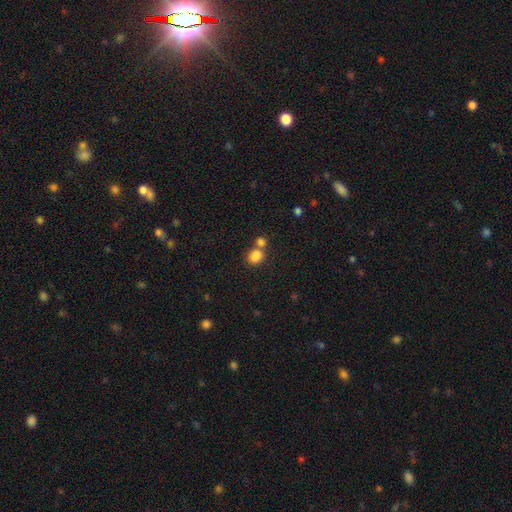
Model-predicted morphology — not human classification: The model was most divided on "merging": merger: 44%, none: 42%, minor disturbance: 9%, major disturbance: 4%. More confident: smooth or featured — smooth (83%); how rounded — round (53%).